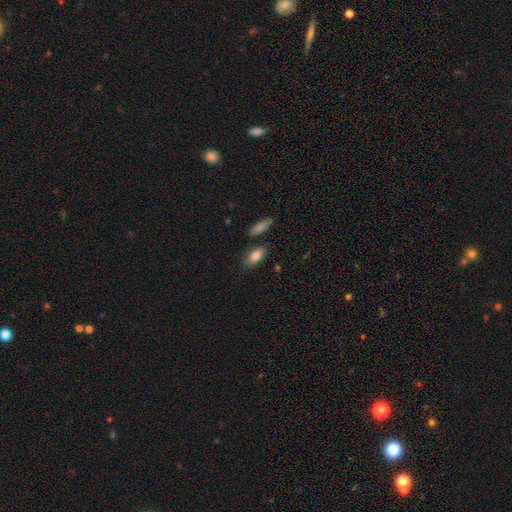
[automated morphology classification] smooth_or_featured: smooth (p=0.84) [alt: featured or disk p=0.09]
how_rounded: in between (p=0.85) [alt: cigar-shaped p=0.10]
merging: none (p=0.76) [alt: minor disturbance p=0.14]